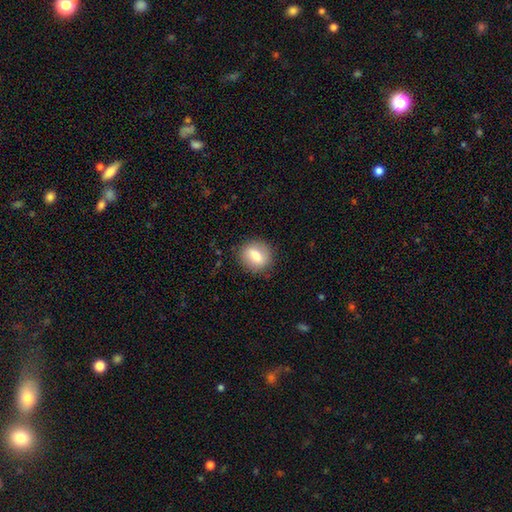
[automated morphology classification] This is likely a smooth galaxy (74%). How rounded: likely round (72%). Merging: clearly none (85%).